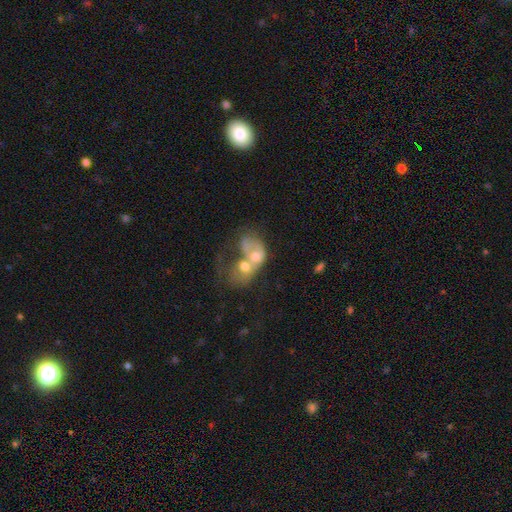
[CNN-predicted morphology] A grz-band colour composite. It shows a smooth galaxy with no disk features (46%). Merging: merger (80%).